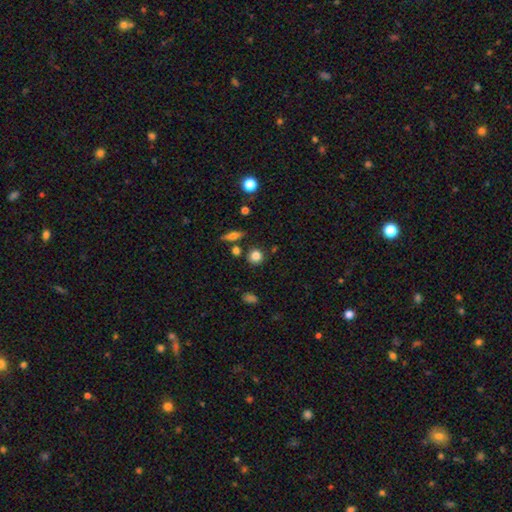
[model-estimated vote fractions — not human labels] Smooth or featured: smooth — 82% (star or artifact — 11%)
How rounded: round — 89% (in between — 10%)
Merging: none — 82% (minor disturbance — 9%)